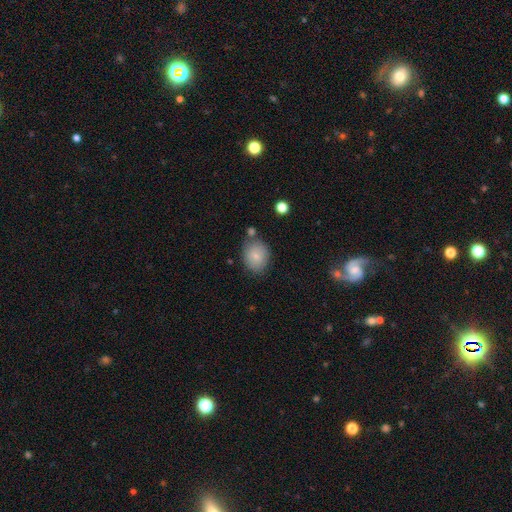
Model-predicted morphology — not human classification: Overall: smooth (80%). How rounded: round (57%; in between 42%). Merging: none (70%).